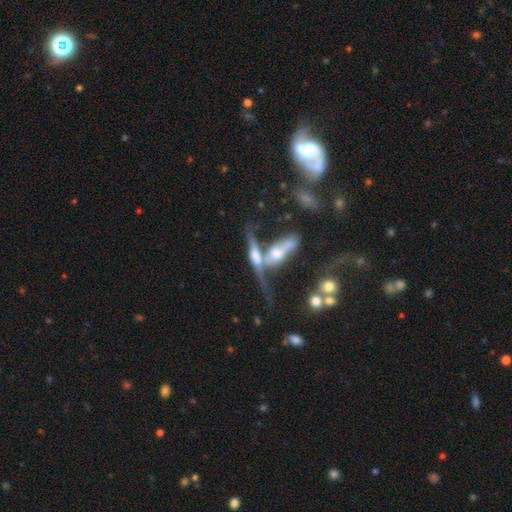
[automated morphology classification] This appears to be a featured or disk galaxy (60%) viewed edge-on (75%). Merging: merger (63%).